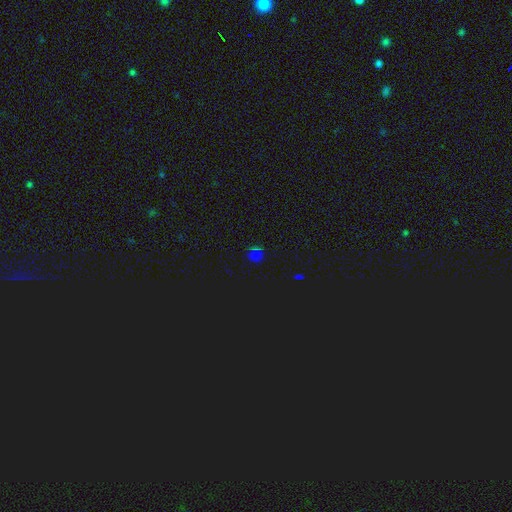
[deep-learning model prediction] Smooth or featured? Predicted: star or artifact (p=0.59).